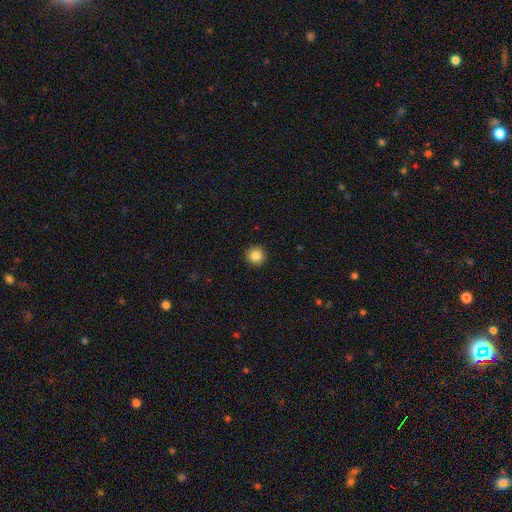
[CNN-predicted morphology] This appears to be a smooth galaxy with no disk features (86%) that is round (96%). Merging: none (93%).